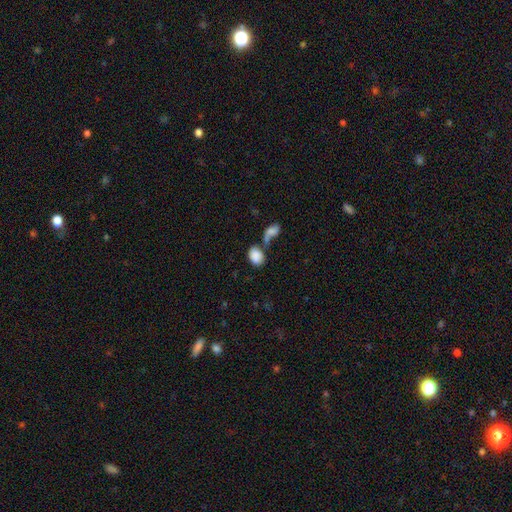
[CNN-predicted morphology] Smooth or featured: smooth — 85% (star or artifact — 8%)
How rounded: in between — 74% (round — 24%)
Merging: merger — 46% (none — 35%)